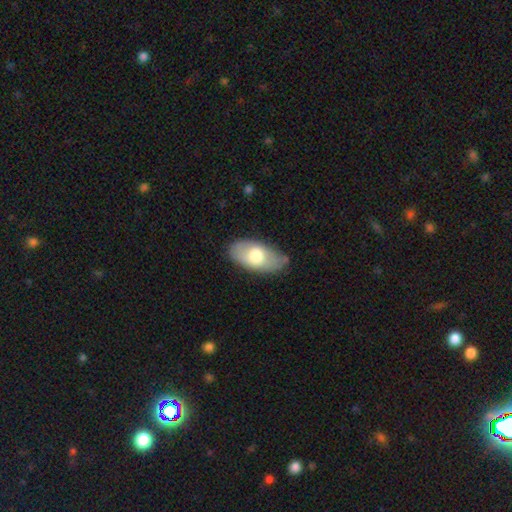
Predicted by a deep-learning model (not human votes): smooth 69%, featured or disk 25%, star or artifact 6%. Down the decision tree: how rounded — in between (93%); merging — none (76%).